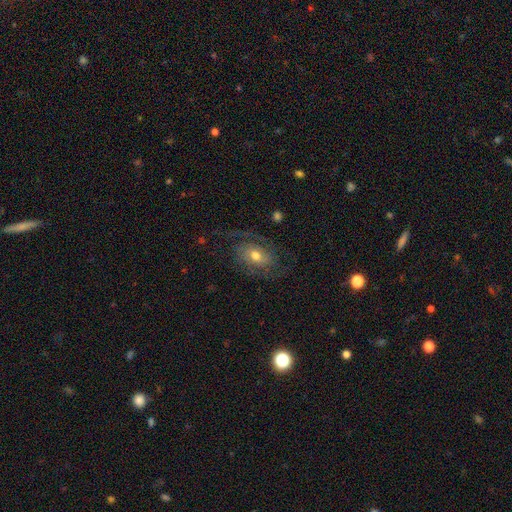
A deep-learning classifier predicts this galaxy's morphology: A featured or disk galaxy (72%) with no bar (67%), 2 (60%) medium (43%) spiral arms (88%) and a moderate central bulge (71%).

Vote fractions:
- Smooth or featured? featured or disk: 72% / smooth: 21% / star or artifact: 7%
- Edge-on disk? no: 96% / yes: 4%
- Bar? no: 67% / weak: 27% / strong: 6%
- Spiral arms? yes: 88% / no: 12%
- Spiral winding? medium: 43% / loose: 30% / tight: 27%
- Spiral arm count? 2: 60% / can't tell: 16% / 1: 10% / 3: 8% / 4: 3% / more than 4: 3%
- Bulge size? moderate: 71% / small: 19% / large: 7% / none: 1% / dominant: 1%
- Merging? none: 63% / major disturbance: 18% / minor disturbance: 17% / merger: 2%